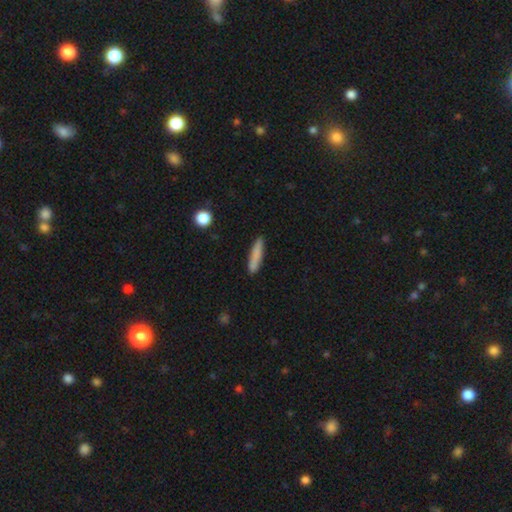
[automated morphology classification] smooth 82%, featured or disk 11%, star or artifact 7%. Down the decision tree: how rounded — cigar-shaped (88%); merging — none (87%).